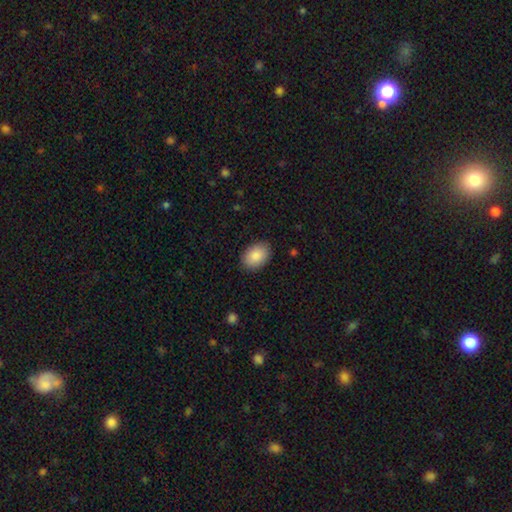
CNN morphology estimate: smooth_or_featured: smooth (p=0.88) [alt: star or artifact p=0.06]
how_rounded: in between (p=0.86) [alt: round p=0.13]
merging: none (p=0.88) [alt: minor disturbance p=0.09]